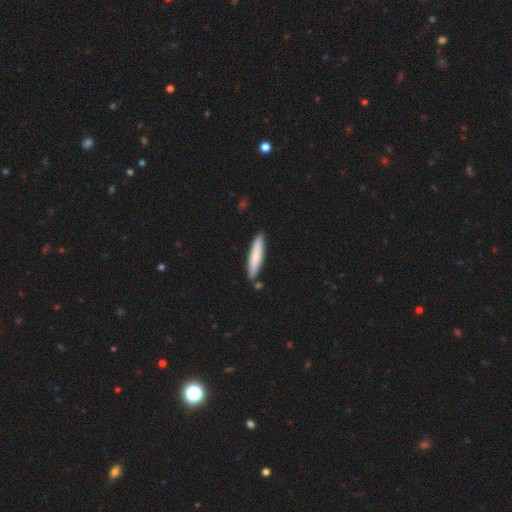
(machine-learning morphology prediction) smooth 80%, featured or disk 15%, star or artifact 5%. Down the decision tree: how rounded — cigar-shaped (85%); merging — none (83%).